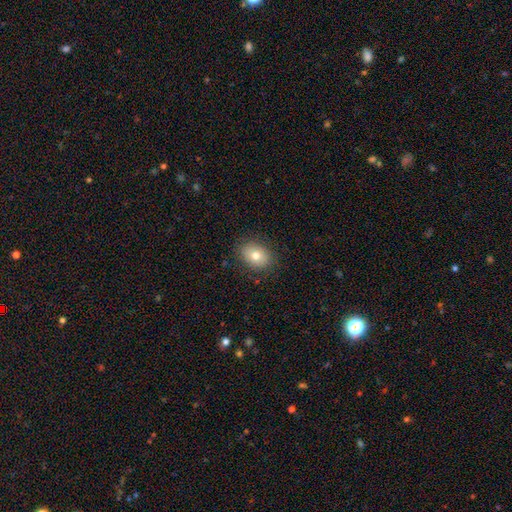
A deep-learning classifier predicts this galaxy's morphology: A smooth galaxy with no disk features (77%) that is in between round and cigar-shaped (68%).

Vote fractions:
- Smooth or featured? smooth: 77% / featured or disk: 14% / star or artifact: 9%
- How rounded? in between: 68% / round: 31% / cigar-shaped: 1%
- Merging? none: 86% / minor disturbance: 11% / major disturbance: 3% / merger: 1%